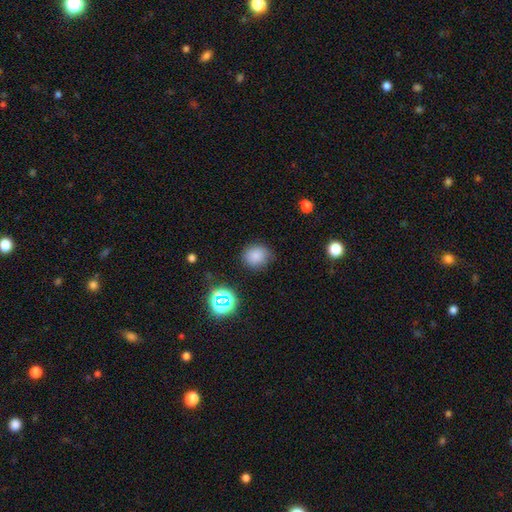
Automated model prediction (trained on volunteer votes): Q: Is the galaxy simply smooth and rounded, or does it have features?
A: smooth — 79%.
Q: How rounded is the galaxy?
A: round — 79%.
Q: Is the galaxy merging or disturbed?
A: none — 81%.